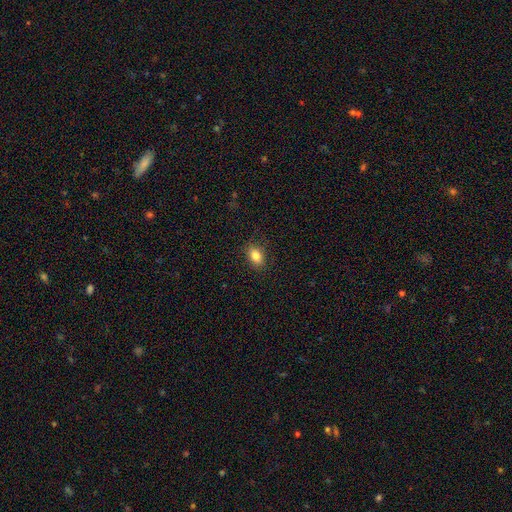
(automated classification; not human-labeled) This is clearly a smooth galaxy (84%). How rounded: likely in between (79%). Merging: clearly none (85%).